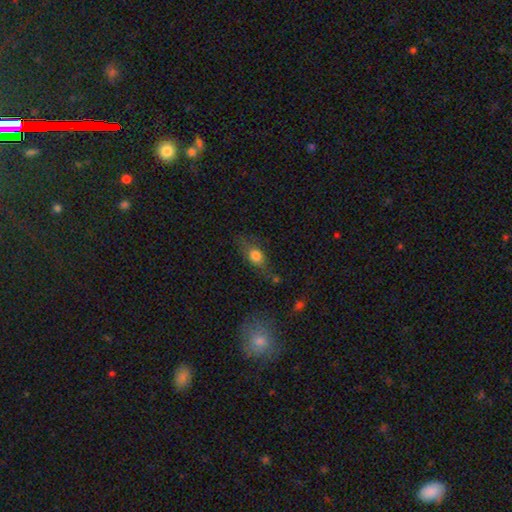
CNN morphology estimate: type=smooth (67%); roundness=in between (63%); merging=none (62%).